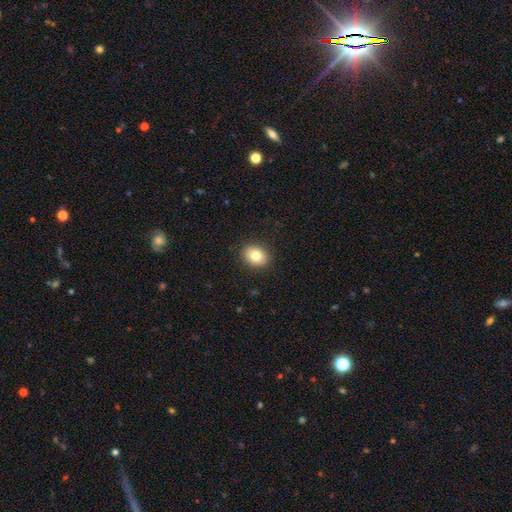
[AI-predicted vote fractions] smooth 81%, star or artifact 9%, featured or disk 9%. Down the decision tree: how rounded — in between (54%); merging — none (89%).